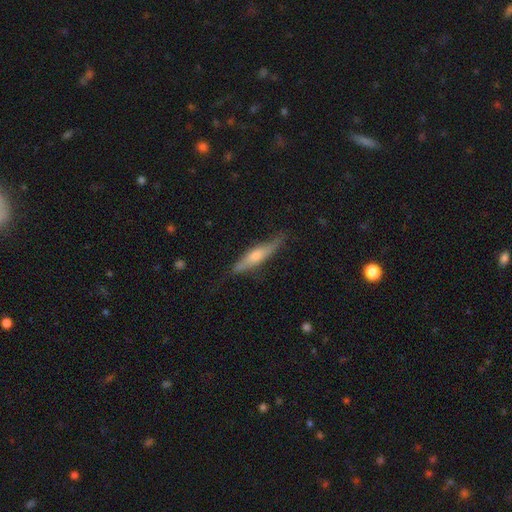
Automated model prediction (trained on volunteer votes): Q: Smooth or featured?
A: featured or disk (55%); runner-up: smooth (39%)
Q: Edge-on disk?
A: yes (90%); runner-up: no (10%)
Q: Merging?
A: none (76%); runner-up: minor disturbance (19%)